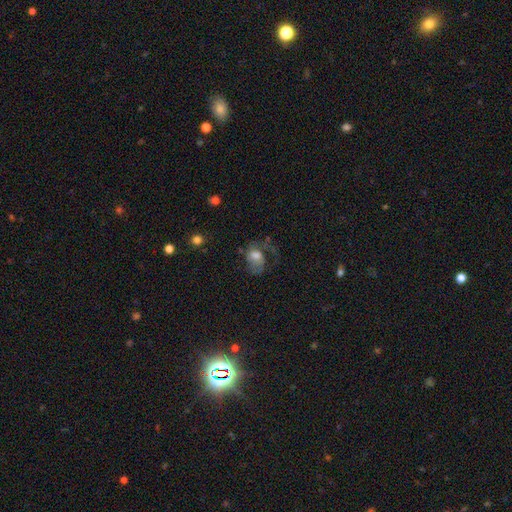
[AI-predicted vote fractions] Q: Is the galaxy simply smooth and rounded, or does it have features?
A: featured or disk — 47%.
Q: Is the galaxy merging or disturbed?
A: major disturbance — 49%.